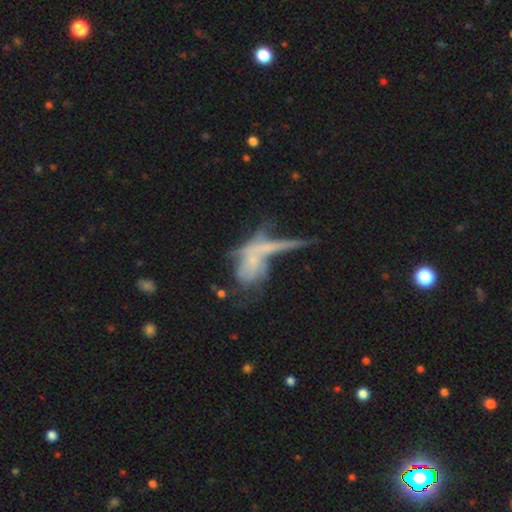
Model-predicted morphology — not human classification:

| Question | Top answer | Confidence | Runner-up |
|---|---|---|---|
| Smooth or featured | featured or disk | 49% | smooth (37%) |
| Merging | merger | 46% | none (25%) |